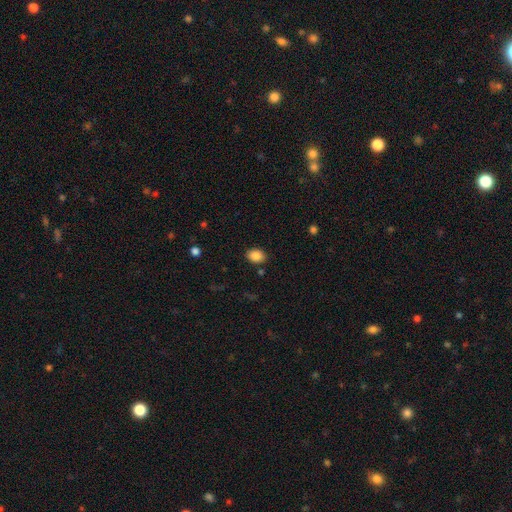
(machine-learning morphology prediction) smooth 86%, star or artifact 9%, featured or disk 5%. Down the decision tree: how rounded — in between (72%); merging — none (86%).